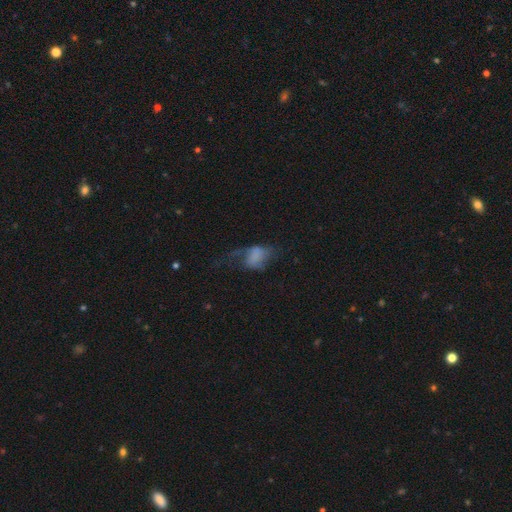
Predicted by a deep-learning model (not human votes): A smooth galaxy with no disk features (54%) that is in between round and cigar-shaped (84%).

Vote fractions:
- Smooth or featured? smooth: 54% / featured or disk: 35% / star or artifact: 11%
- How rounded? in between: 84% / round: 14% / cigar-shaped: 2%
- Merging? major disturbance: 51% / none: 24% / minor disturbance: 21% / merger: 4%